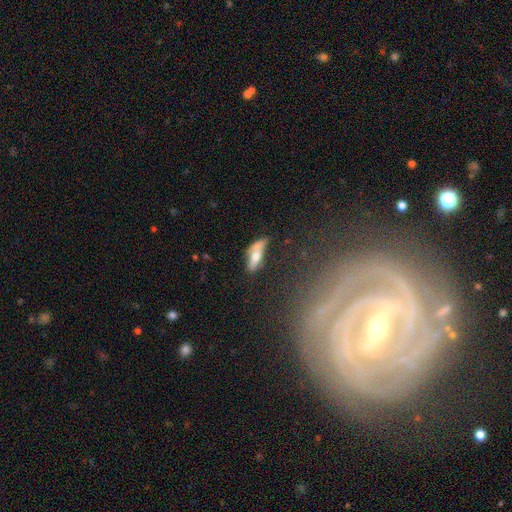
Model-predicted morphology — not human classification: Smooth or featured?
  - smooth: 57% *
  - featured or disk: 35%
  - star or artifact: 8%
How rounded?
  - in between: 63% *
  - cigar-shaped: 34%
  - round: 3%
Merging?
  - none: 40% *
  - minor disturbance: 34%
  - major disturbance: 19%
  - merger: 7%